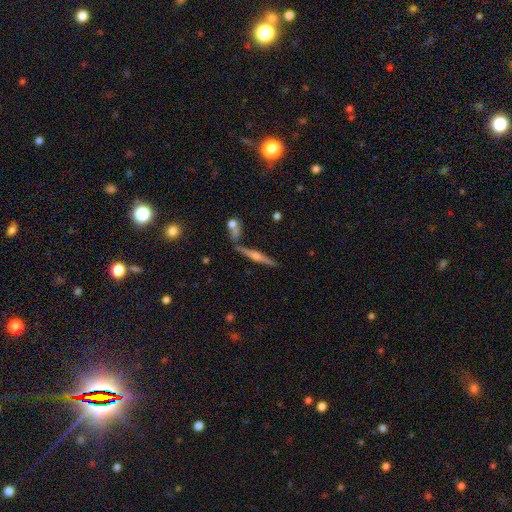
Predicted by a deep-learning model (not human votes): smooth-or-featured: featured or disk: 78% | smooth: 14% | star or artifact: 7%
  disk-edge-on: yes: 98% | no: 2%
    edge-on-bulge: rounded: 87% | boxy: 7% | none: 5%
  merging: none: 78% | minor disturbance: 10% | merger: 9% | major disturbance: 3%